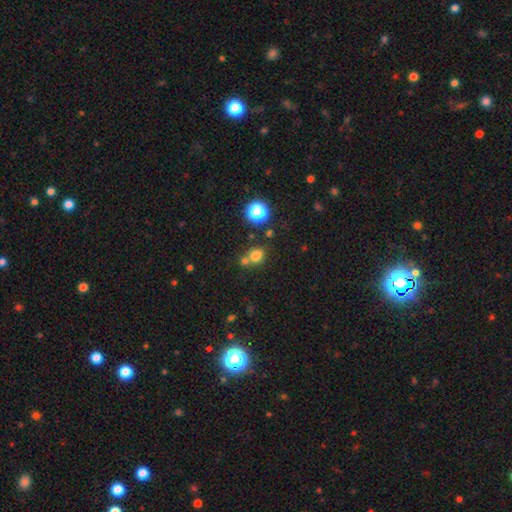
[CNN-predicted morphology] Smooth or featured? Predicted: smooth (p=0.74). How rounded? Predicted: round (p=0.69). Merging? Predicted: none (p=0.58).